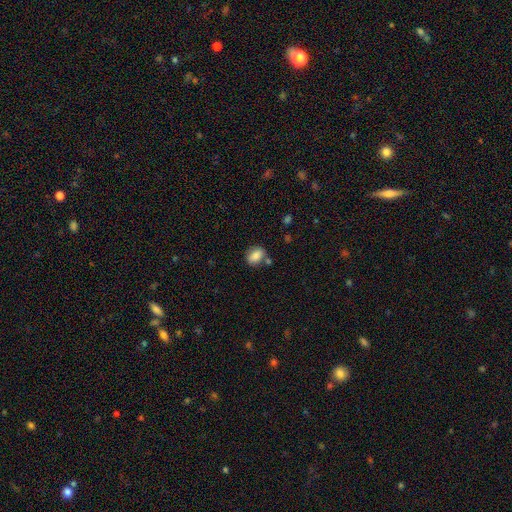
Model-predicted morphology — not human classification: The model was most divided on "how rounded": in between: 65%, round: 33%, cigar-shaped: 1%. More confident: smooth or featured — smooth (83%); merging — none (72%).